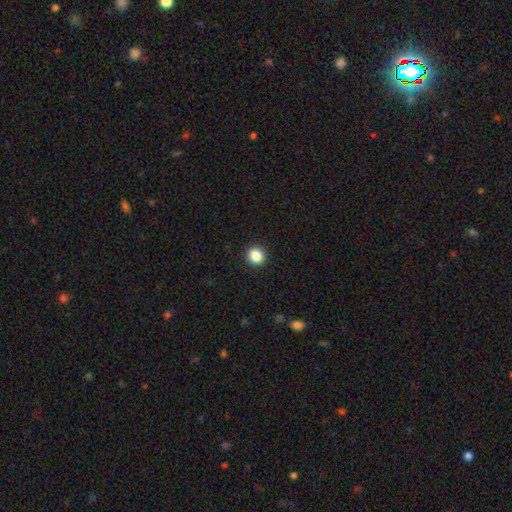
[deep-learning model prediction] Smooth or featured?
  - smooth: 86% *
  - star or artifact: 10%
  - featured or disk: 3%
How rounded?
  - round: 82% *
  - in between: 17%
  - cigar-shaped: 1%
Merging?
  - none: 92% *
  - minor disturbance: 5%
  - major disturbance: 2%
  - merger: 1%